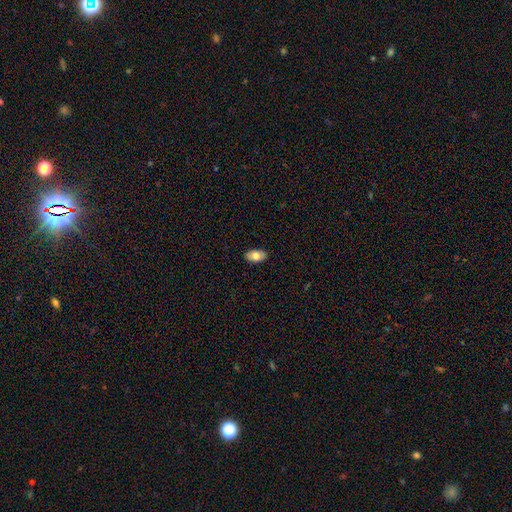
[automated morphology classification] smooth-or-featured: smooth: 78% | featured or disk: 16% | star or artifact: 7%
  how-rounded: in between: 94% | round: 4% | cigar-shaped: 2%
  merging: none: 89% | minor disturbance: 9% | major disturbance: 2% | merger: 1%